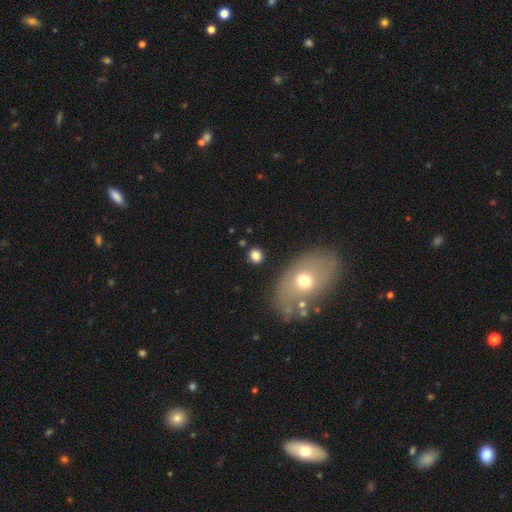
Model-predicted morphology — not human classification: This appears to be a smooth galaxy with no disk features (79%) that is round (78%). Merging: none (84%).